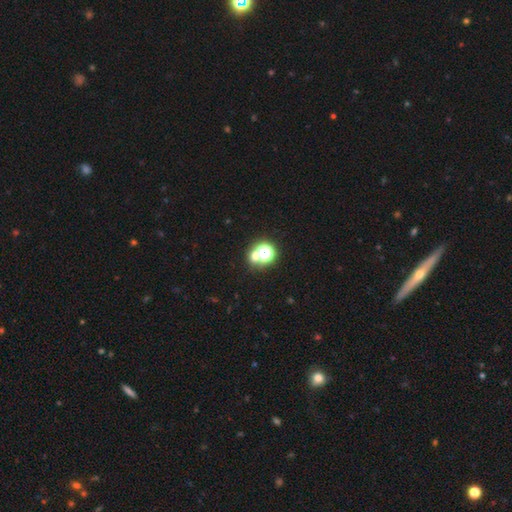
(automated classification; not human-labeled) This appears to be a star or artifact, not a galaxy (47%).